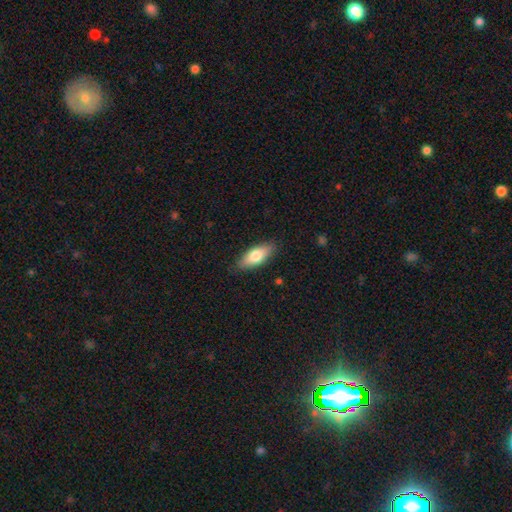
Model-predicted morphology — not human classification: A smooth galaxy with no disk features (74%) that is in between round and cigar-shaped (76%).

Vote fractions:
- Smooth or featured? smooth: 74% / featured or disk: 20% / star or artifact: 6%
- How rounded? in between: 76% / cigar-shaped: 21% / round: 3%
- Merging? none: 86% / minor disturbance: 11% / major disturbance: 2% / merger: 1%